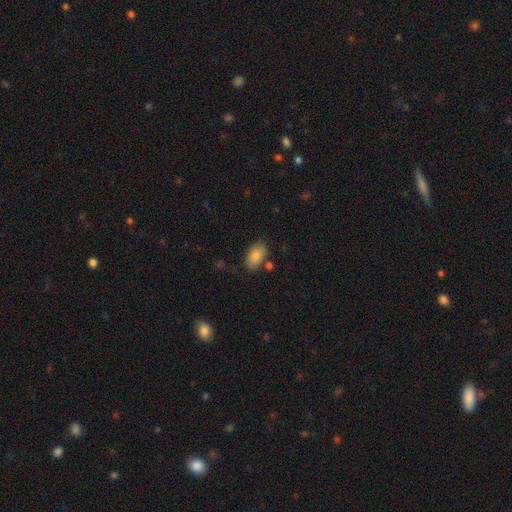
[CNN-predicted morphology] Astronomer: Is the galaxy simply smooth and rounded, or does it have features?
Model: smooth — 87%.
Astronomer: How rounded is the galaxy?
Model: in between — 93%.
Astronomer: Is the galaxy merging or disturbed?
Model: none — 77%.